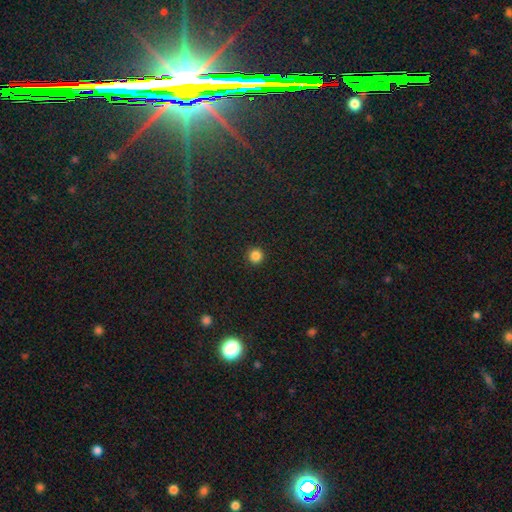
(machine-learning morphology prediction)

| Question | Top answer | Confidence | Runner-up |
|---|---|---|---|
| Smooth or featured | smooth | 85% | star or artifact (12%) |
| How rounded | round | 96% | in between (3%) |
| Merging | none | 93% | minor disturbance (4%) |